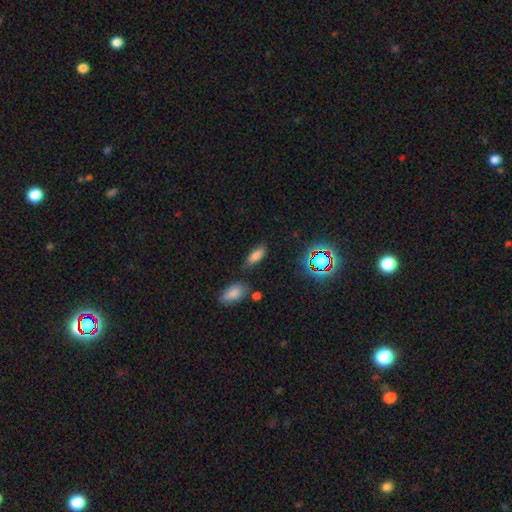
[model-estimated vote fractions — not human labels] A smooth galaxy with no disk features (78%) that is in between round and cigar-shaped (80%). Merging: none (72%).